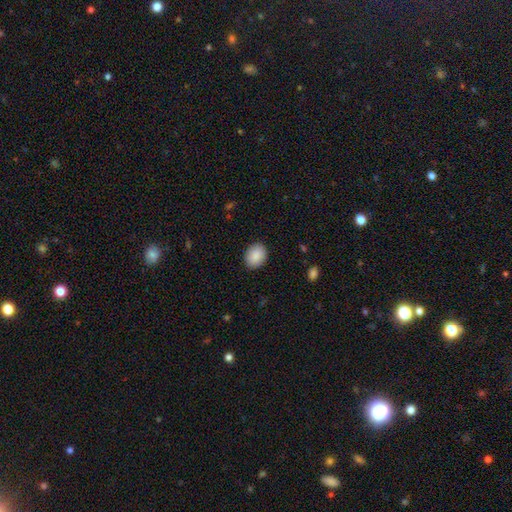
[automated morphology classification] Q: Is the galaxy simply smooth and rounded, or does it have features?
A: smooth — 90%.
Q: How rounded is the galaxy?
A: in between — 60%.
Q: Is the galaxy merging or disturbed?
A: none — 89%.